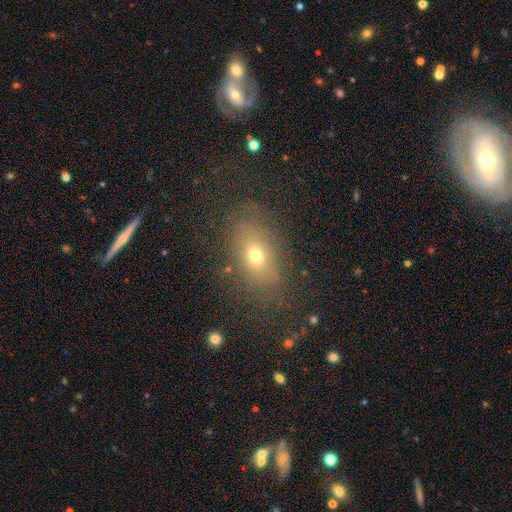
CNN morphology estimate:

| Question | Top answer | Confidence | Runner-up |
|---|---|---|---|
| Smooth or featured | smooth | 65% | featured or disk (21%) |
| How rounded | in between | 81% | round (16%) |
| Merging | none | 76% | minor disturbance (14%) |